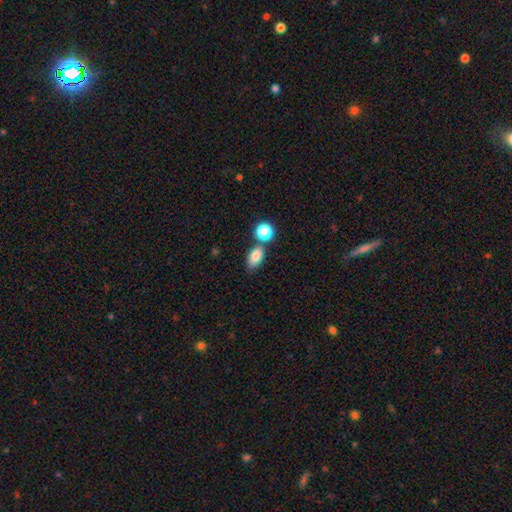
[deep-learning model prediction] Morphology: type=smooth (83%); roundness=in between (84%); merging=none (61%).